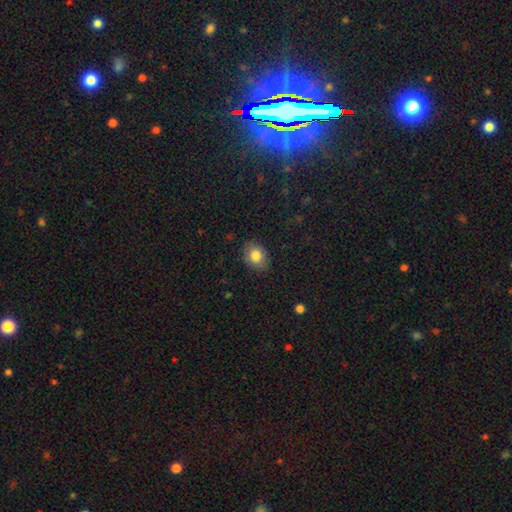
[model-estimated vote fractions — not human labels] A smooth galaxy with no disk features (82%) that is in between round and cigar-shaped (65%). Merging: none (85%).